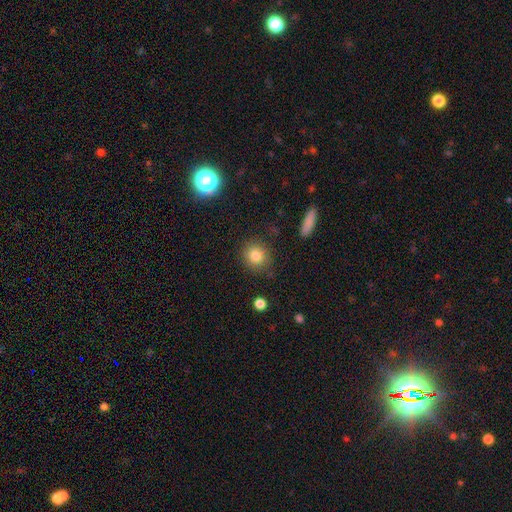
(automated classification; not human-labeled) A smooth galaxy with no disk features (83%) that is round (86%). Merging: none (83%).